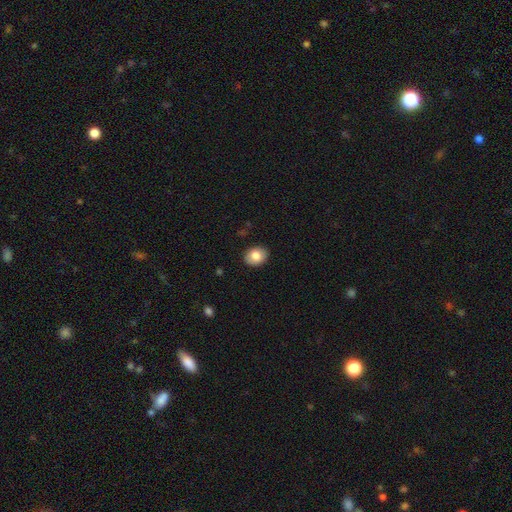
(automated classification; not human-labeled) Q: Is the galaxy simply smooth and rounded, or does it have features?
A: smooth — 83%.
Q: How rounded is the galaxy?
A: in between — 61%.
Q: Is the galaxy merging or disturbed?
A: none — 89%.